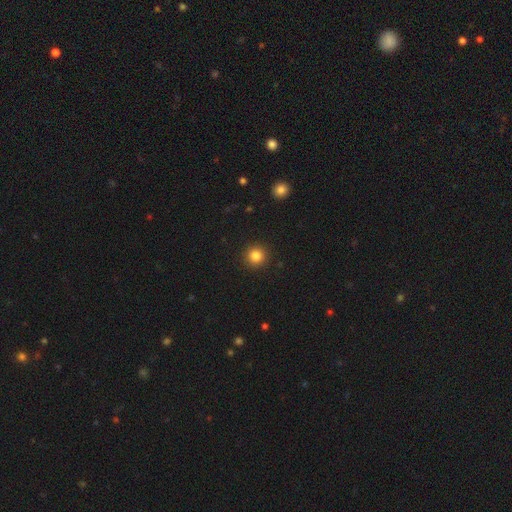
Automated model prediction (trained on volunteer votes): smooth_or_featured: smooth (p=0.84) [alt: star or artifact p=0.12]
how_rounded: round (p=0.95) [alt: in between p=0.04]
merging: none (p=0.92) [alt: minor disturbance p=0.05]